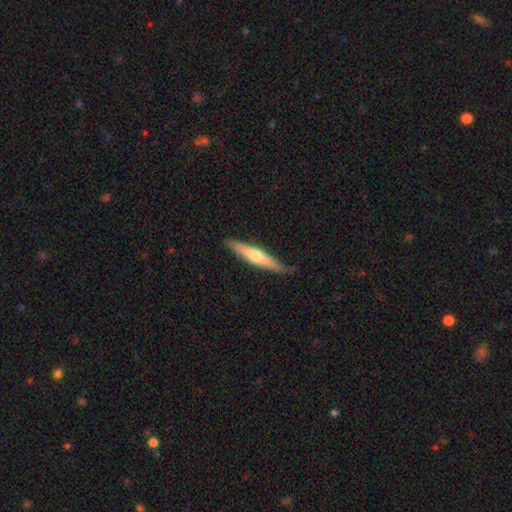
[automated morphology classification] Overall: featured or disk (50%; smooth 45%). Merging: none (83%).